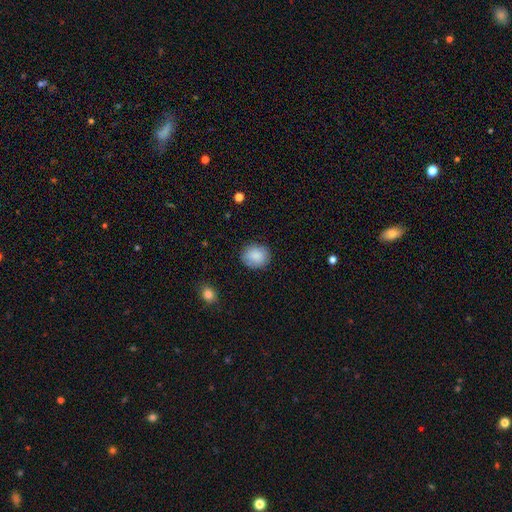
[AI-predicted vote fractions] Overall: smooth (87%). How rounded: round (71%). Merging: none (83%).